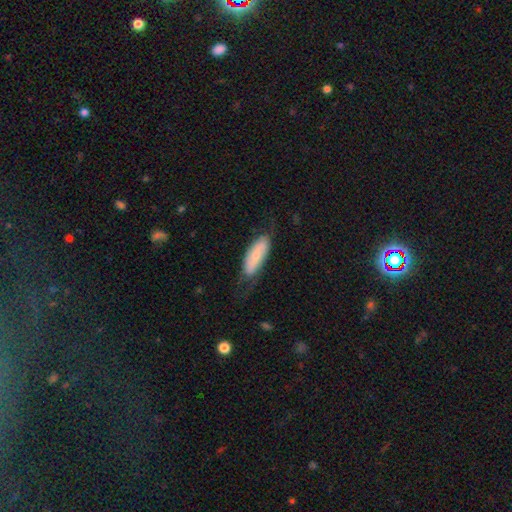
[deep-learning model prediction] This appears to be a smooth galaxy with no disk features (56%) that is in between round and cigar-shaped (71%). Merging: none (58%).